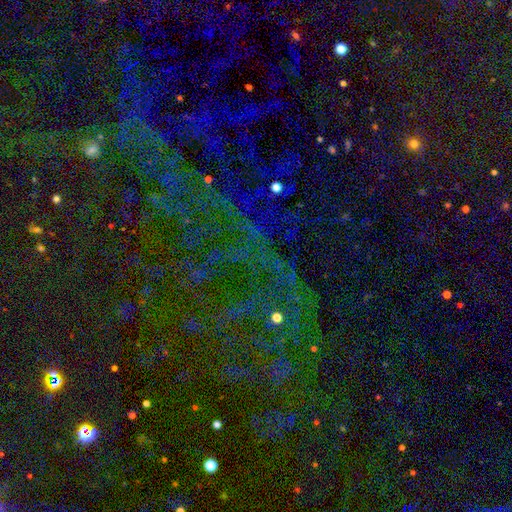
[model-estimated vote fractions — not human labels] A star or artifact, not a galaxy (81%).

Vote fractions:
- Smooth or featured? star or artifact: 81% / smooth: 10% / featured or disk: 9%